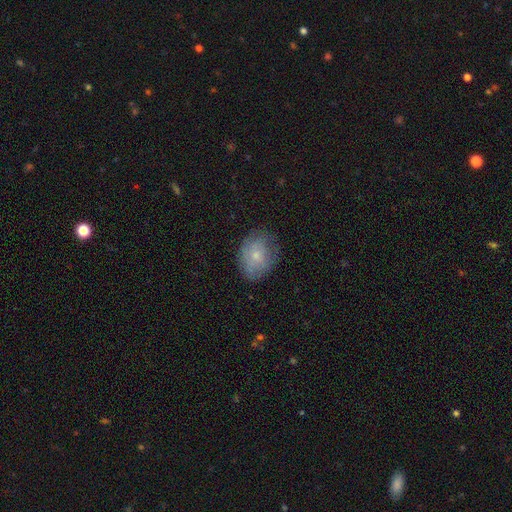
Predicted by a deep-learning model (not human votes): This is likely a smooth galaxy (62%). How rounded: possibly in between (59%). Merging: likely none (69%).